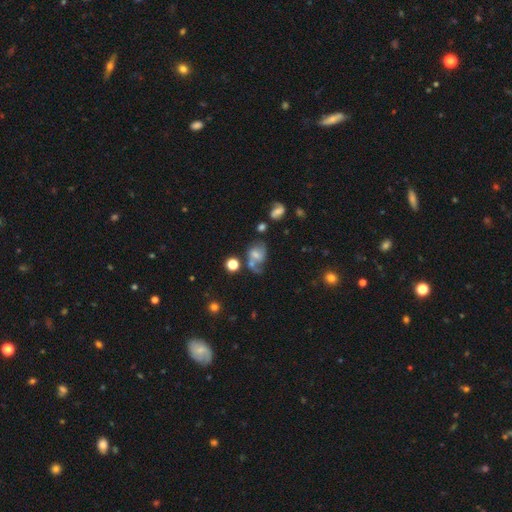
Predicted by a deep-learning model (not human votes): Smooth or featured? featured or disk (48%)
Merging? none (38%)